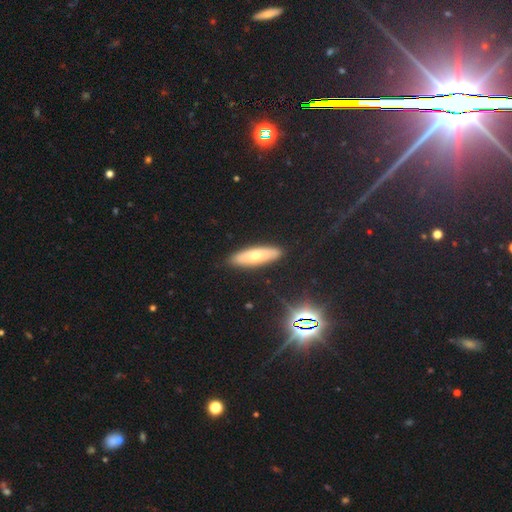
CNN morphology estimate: Smooth or featured? Predicted: smooth (p=0.66). How rounded? Predicted: cigar-shaped (p=0.58). Merging? Predicted: none (p=0.89).